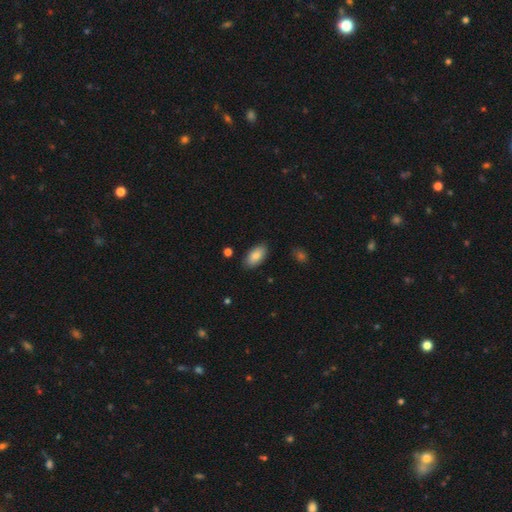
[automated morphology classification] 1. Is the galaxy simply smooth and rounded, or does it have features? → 85% smooth, 9% featured or disk, 7% star or artifact.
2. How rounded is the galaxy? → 93% in between, 4% cigar-shaped, 3% round.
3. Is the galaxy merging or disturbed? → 85% none, 11% minor disturbance, 2% major disturbance, 2% merger.